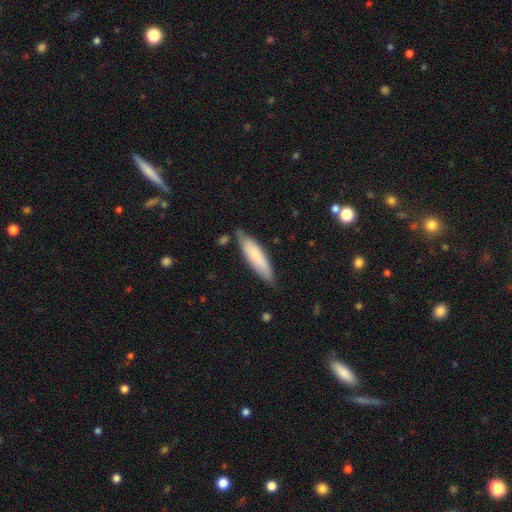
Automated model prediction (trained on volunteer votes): A smooth galaxy with no disk features (75%) that is cigar-shaped (67%). Merging: none (76%).